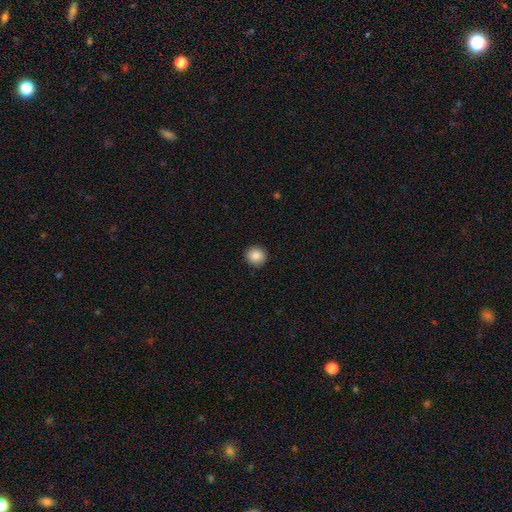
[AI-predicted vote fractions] A smooth galaxy with no disk features (88%) that is round (91%). Merging: none (92%).